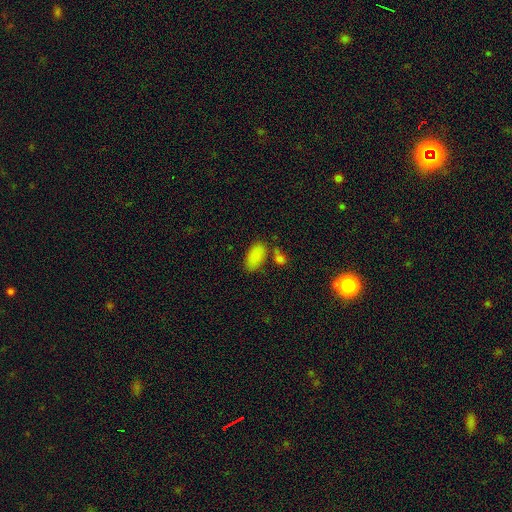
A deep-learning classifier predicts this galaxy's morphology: smooth-or-featured: smooth: 86% | star or artifact: 8% | featured or disk: 6%
  how-rounded: in between: 94% | round: 3% | cigar-shaped: 3%
  merging: none: 67% | minor disturbance: 15% | merger: 13% | major disturbance: 5%